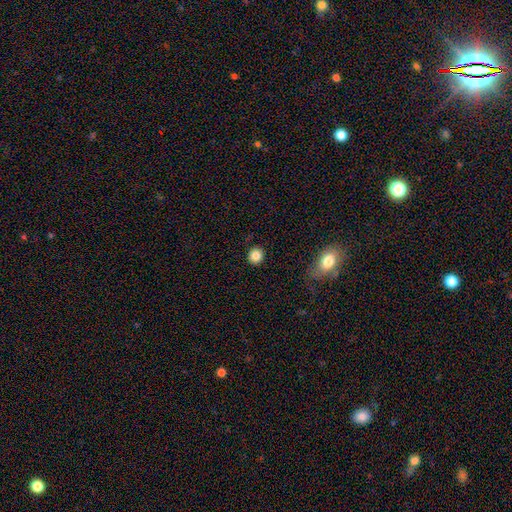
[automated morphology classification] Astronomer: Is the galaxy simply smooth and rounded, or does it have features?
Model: smooth — 85%.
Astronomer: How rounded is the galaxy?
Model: round — 90%.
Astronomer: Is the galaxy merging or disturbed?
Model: none — 91%.